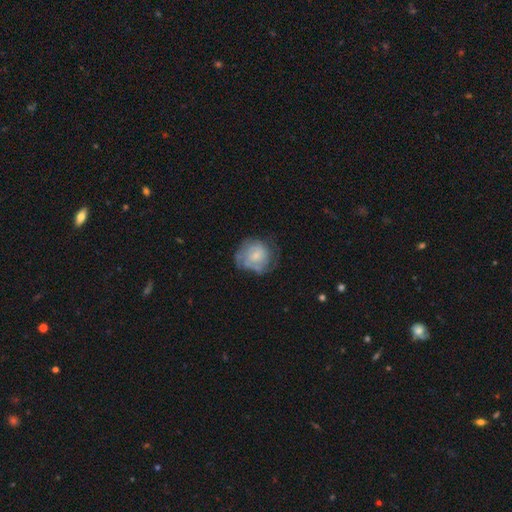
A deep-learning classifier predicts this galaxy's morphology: This appears to be a featured or disk galaxy (55%) with no bar (70%), spiral arms (71%) and a small central bulge (57%). Merging: none (54%).